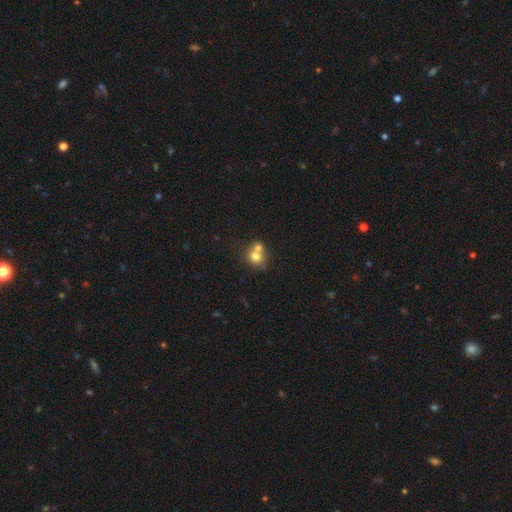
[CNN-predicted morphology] This is likely a smooth galaxy (72%). How rounded: likely round (76%). Merging: possibly merger (57%).